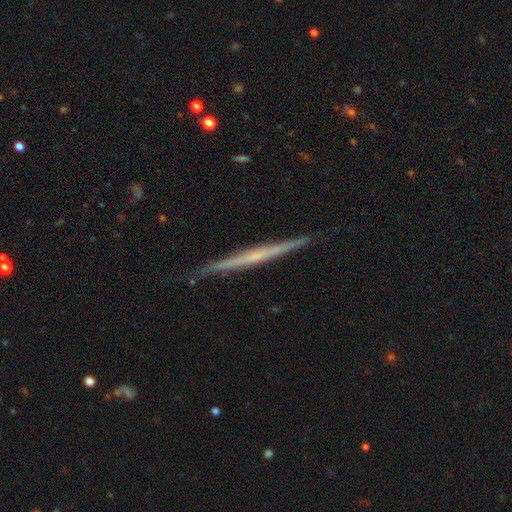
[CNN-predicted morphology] smooth_or_featured: featured or disk (p=0.66) [alt: smooth p=0.27]
disk_edge_on: yes (p=0.98) [alt: no p=0.02]
edge_on_bulge: none (p=0.74) [alt: rounded p=0.19]
merging: none (p=0.88) [alt: minor disturbance p=0.09]